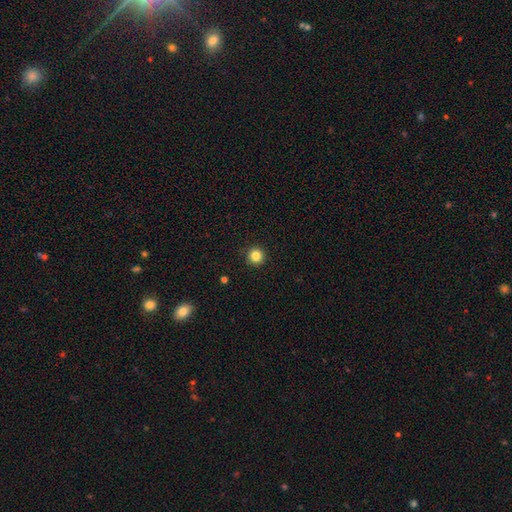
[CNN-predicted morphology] This is clearly a smooth galaxy (84%). How rounded: clearly round (96%). Merging: clearly none (92%).